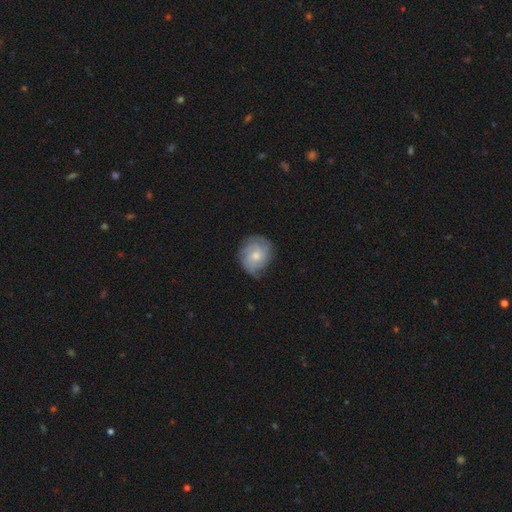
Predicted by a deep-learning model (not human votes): featured or disk 64%, smooth 29%, star or artifact 7%. Down the decision tree: edge-on disk — no (98%); bar — no (77%); spiral arms — yes (91%); spiral arm count — can't tell (33%); spiral winding — tight (56%); bulge size — moderate (51%); merging — none (69%).